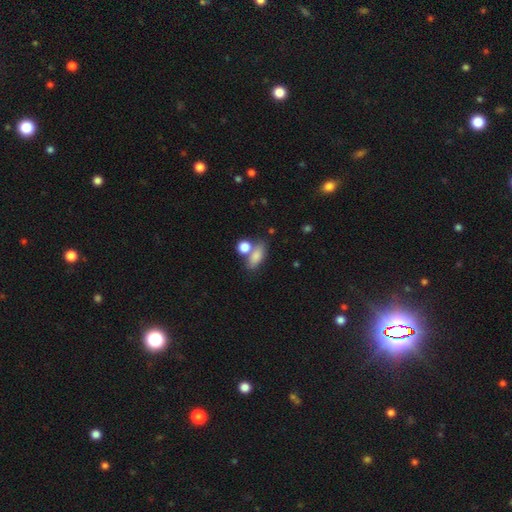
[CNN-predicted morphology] This appears to be a smooth galaxy with no disk features (81%) that is in between round and cigar-shaped (74%). Merging: none (51%).